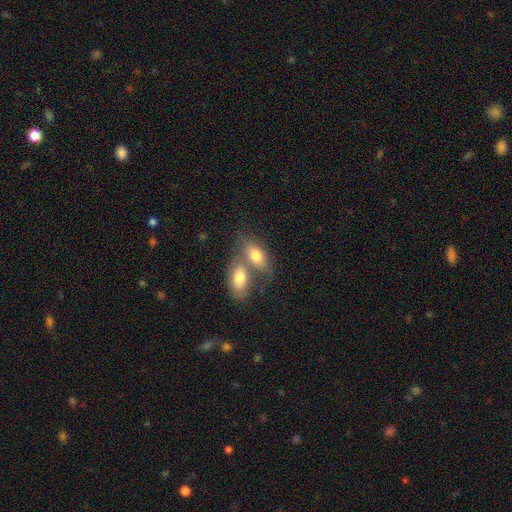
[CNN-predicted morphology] This is likely a smooth galaxy (77%). How rounded: clearly in between (89%). Merging: likely merger (61%).